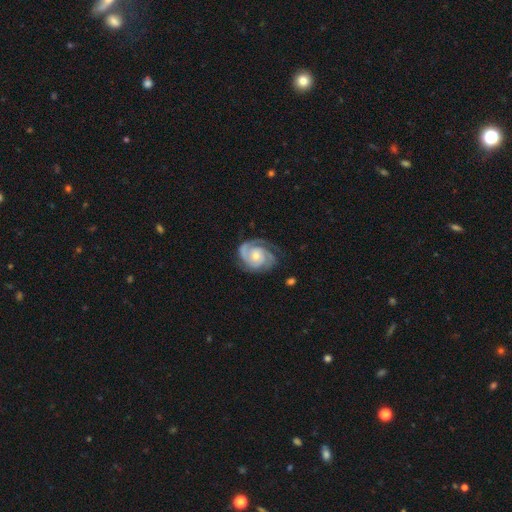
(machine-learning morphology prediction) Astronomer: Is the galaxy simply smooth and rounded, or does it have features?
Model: featured or disk — 89%.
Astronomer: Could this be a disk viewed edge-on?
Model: no — 98%.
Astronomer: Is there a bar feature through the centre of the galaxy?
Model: no — 72%.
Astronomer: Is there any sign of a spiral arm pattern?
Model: yes — 98%.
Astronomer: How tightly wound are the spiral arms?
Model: tight — 63%.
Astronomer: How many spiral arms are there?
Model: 2 — 49% (runner-up: 3, 24%).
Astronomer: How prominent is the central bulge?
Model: small — 50% (runner-up: moderate, 46%).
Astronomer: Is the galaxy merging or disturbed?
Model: none — 70%.